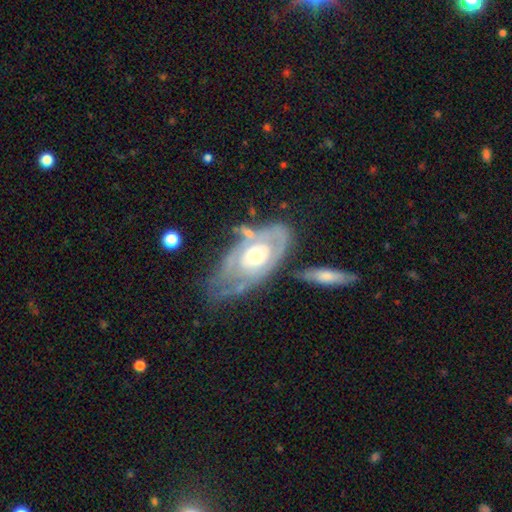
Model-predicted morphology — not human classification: smooth-or-featured: featured or disk: 80% | smooth: 15% | star or artifact: 5%
  disk-edge-on: no: 92% | yes: 8%
    bar: no: 78% | weak: 17% | strong: 5%
    has-spiral-arms: yes: 78% | no: 22%
      spiral-winding: tight: 70% | medium: 23% | loose: 7%
      spiral-arm-count: can't tell: 48% | 2: 30% | 1: 9% | 3: 8% | 4: 3% | more than 4: 2%
    bulge-size: moderate: 62% | small: 29% | large: 7% | none: 1% | dominant: 1%
  merging: none: 48% | minor disturbance: 26% | major disturbance: 16% | merger: 10%